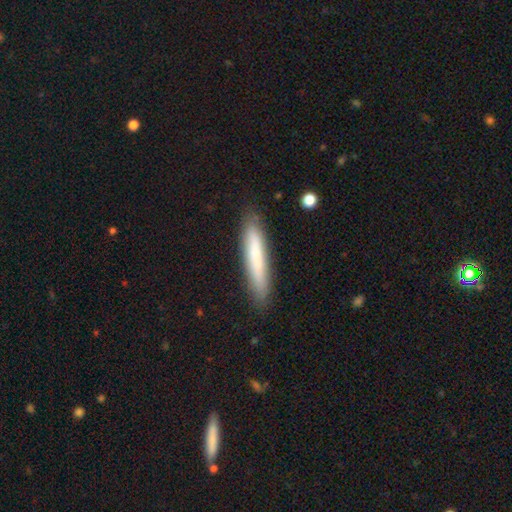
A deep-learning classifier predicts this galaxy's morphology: Overall: smooth (71%). How rounded: cigar-shaped (92%). Merging: none (87%).